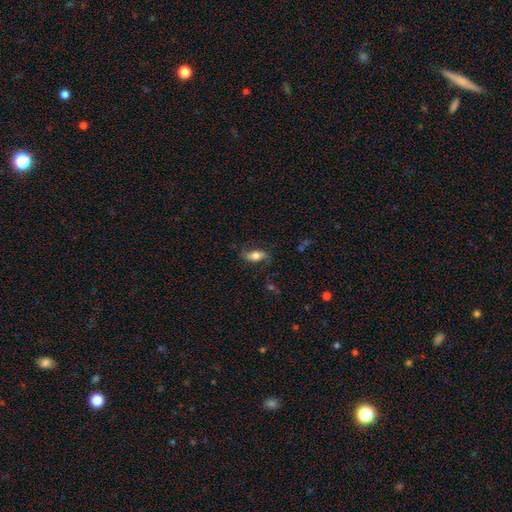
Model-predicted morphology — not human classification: Smooth or featured? smooth (57%)
How rounded? in between (81%)
Merging? none (72%)